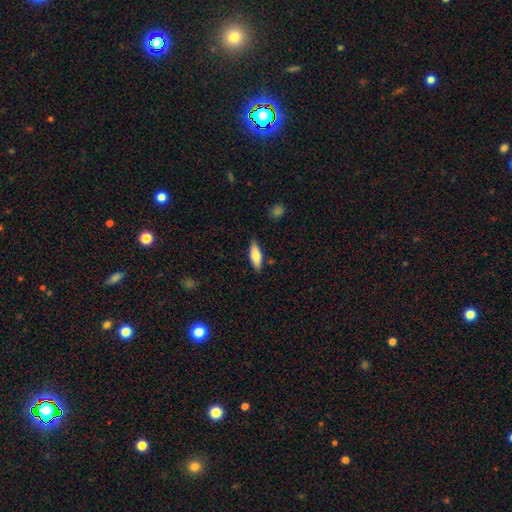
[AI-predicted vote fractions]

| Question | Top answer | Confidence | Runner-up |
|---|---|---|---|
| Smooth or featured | smooth | 75% | featured or disk (19%) |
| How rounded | in between | 61% | cigar-shaped (37%) |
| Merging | none | 84% | minor disturbance (12%) |